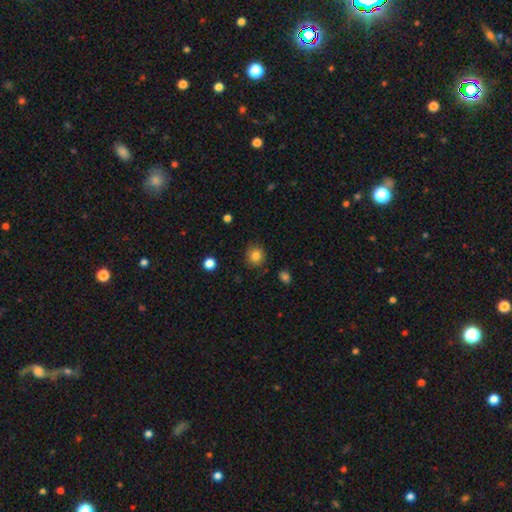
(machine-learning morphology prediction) A smooth galaxy with no disk features (83%) that is round (80%).

Vote fractions:
- Smooth or featured? smooth: 83% / star or artifact: 10% / featured or disk: 7%
- How rounded? round: 80% / in between: 19% / cigar-shaped: 1%
- Merging? none: 85% / minor disturbance: 11% / major disturbance: 3% / merger: 2%